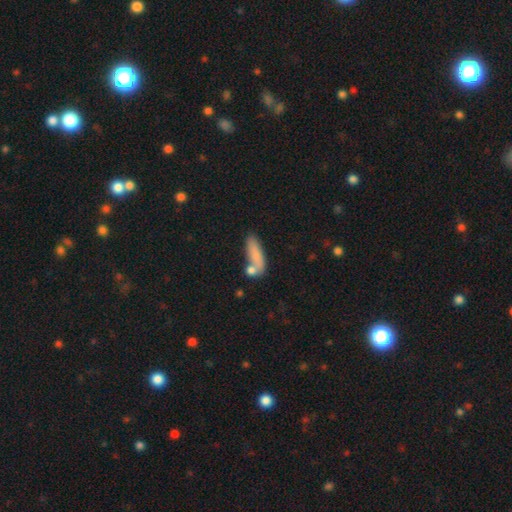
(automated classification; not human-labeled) A smooth galaxy with no disk features (79%) that is in between round and cigar-shaped (51%). Merging: none (53%).